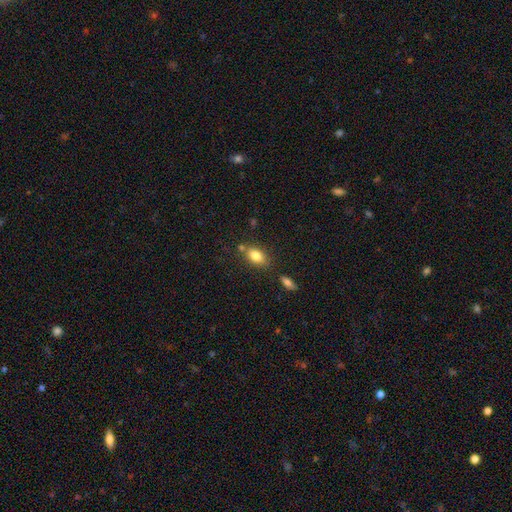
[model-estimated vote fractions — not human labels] Smooth or featured? Predicted: smooth (p=0.83). How rounded? Predicted: in between (p=0.87). Merging? Predicted: none (p=0.70).